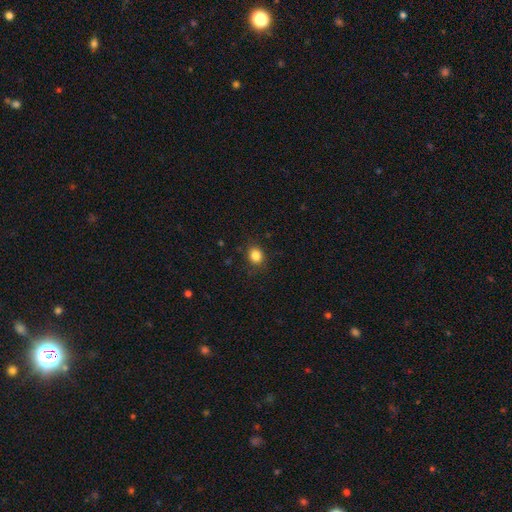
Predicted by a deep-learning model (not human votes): Morphology: type=smooth (85%); roundness=round (68%); merging=none (86%).